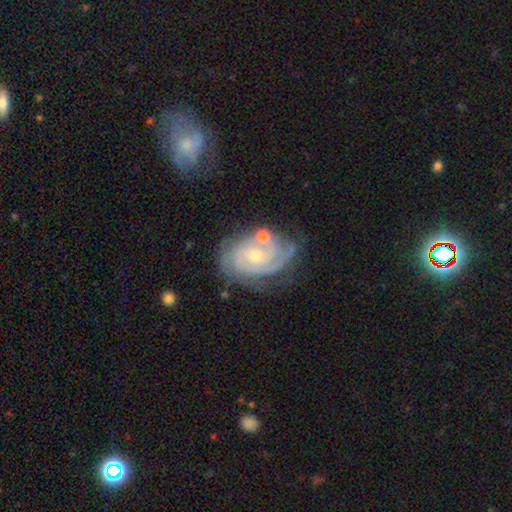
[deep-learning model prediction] featured or disk 86%, smooth 8%, star or artifact 6%. Down the decision tree: edge-on disk — no (97%); bar — no (66%); spiral arms — yes (96%); spiral arm count — 2 (35%); spiral winding — tight (72%); bulge size — small (64%); merging — none (61%).